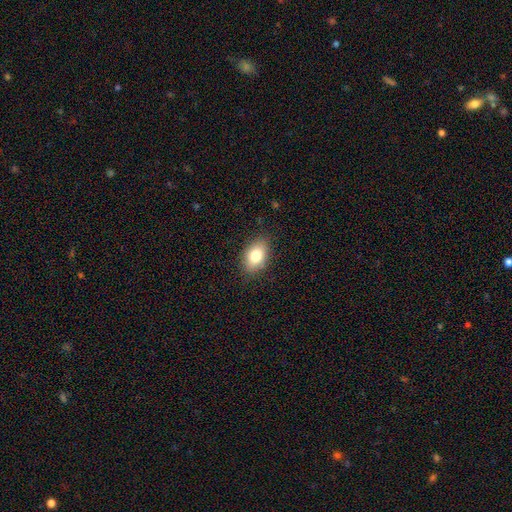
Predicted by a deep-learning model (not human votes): smooth_or_featured: smooth (p=0.80) [alt: featured or disk p=0.12]
how_rounded: in between (p=0.87) [alt: round p=0.11]
merging: none (p=0.86) [alt: minor disturbance p=0.11]